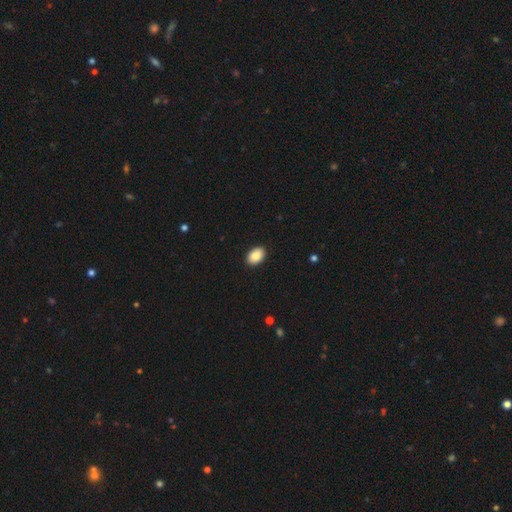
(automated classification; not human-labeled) Q: Smooth or featured?
A: smooth (89%); runner-up: star or artifact (7%)
Q: How rounded?
A: in between (84%); runner-up: round (15%)
Q: Merging?
A: none (91%); runner-up: minor disturbance (7%)